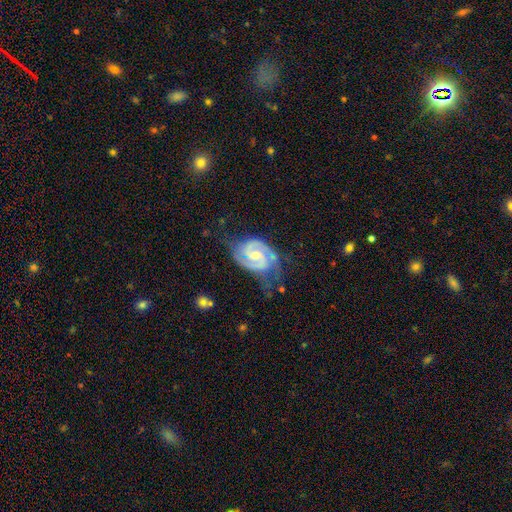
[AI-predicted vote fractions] Morphology: type=featured or disk (91%); edge-on=no (98%); bar=weak (47%); spiral arms=yes (98%); winding=tight (49%); arm count=2 (90%); bulge=small (46%); merging=none (61%).